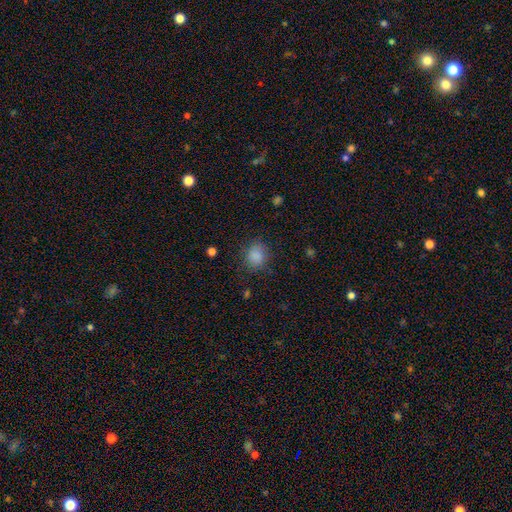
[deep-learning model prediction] The model was most divided on "how rounded": round: 70%, in between: 29%, cigar-shaped: 1%. More confident: smooth or featured — smooth (85%); merging — none (80%).